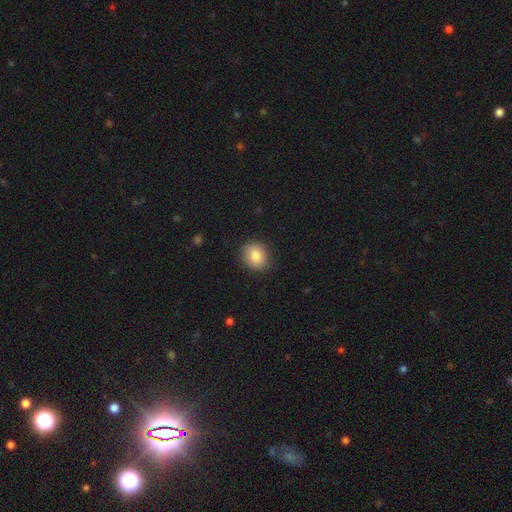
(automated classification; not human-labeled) A smooth galaxy with no disk features (82%) that is round (63%).

Vote fractions:
- Smooth or featured? smooth: 82% / featured or disk: 9% / star or artifact: 9%
- How rounded? round: 63% / in between: 36% / cigar-shaped: 1%
- Merging? none: 88% / minor disturbance: 8% / major disturbance: 2% / merger: 1%